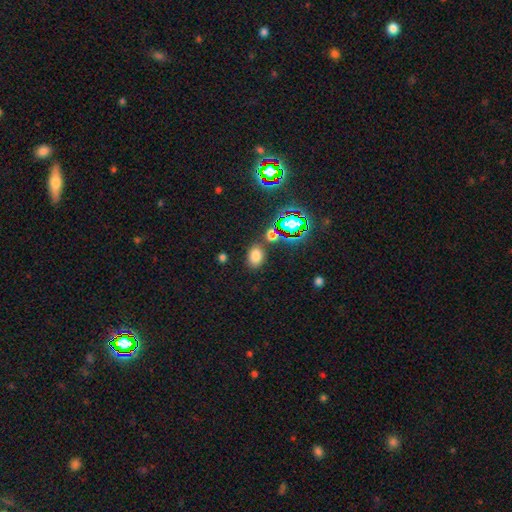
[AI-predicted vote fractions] smooth 74%, star or artifact 20%, featured or disk 6%. Down the decision tree: how rounded — in between (74%); merging — none (80%).